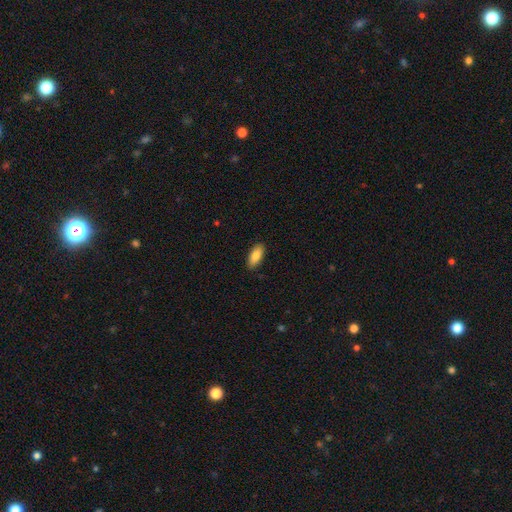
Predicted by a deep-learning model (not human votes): Smooth or featured? smooth (85%)
How rounded? in between (83%)
Merging? none (89%)